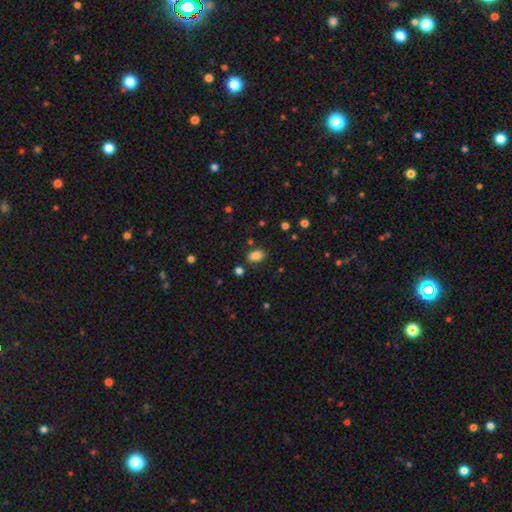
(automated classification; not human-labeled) smooth 82%, star or artifact 11%, featured or disk 7%. Down the decision tree: how rounded — in between (82%); merging — none (82%).